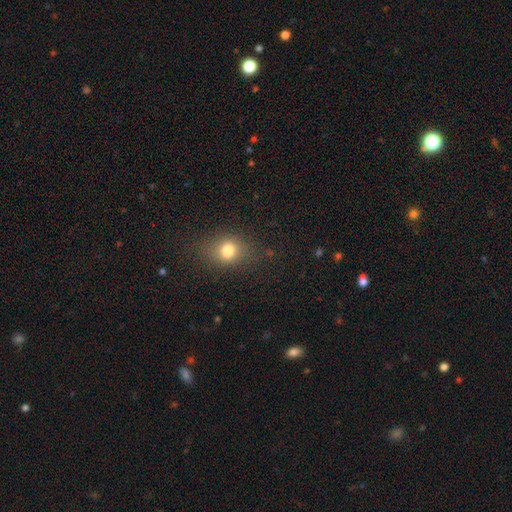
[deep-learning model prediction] smooth-or-featured: smooth: 63% | star or artifact: 23% | featured or disk: 14%
  how-rounded: round: 50% | in between: 46% | cigar-shaped: 4%
  merging: none: 84% | minor disturbance: 11% | major disturbance: 3% | merger: 1%